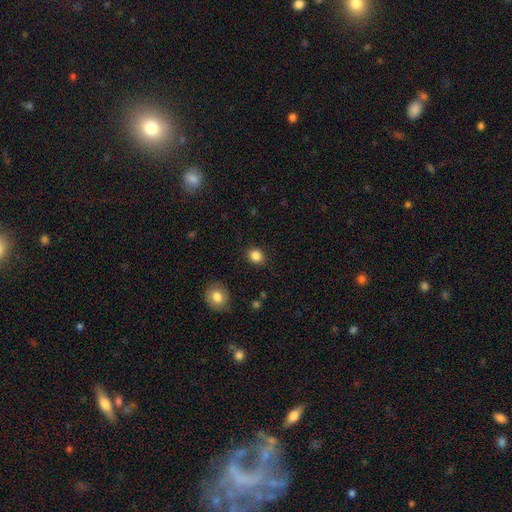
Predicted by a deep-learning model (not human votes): smooth_or_featured: smooth (p=0.85) [alt: star or artifact p=0.11]
how_rounded: round (p=0.68) [alt: in between p=0.31]
merging: none (p=0.88) [alt: minor disturbance p=0.08]